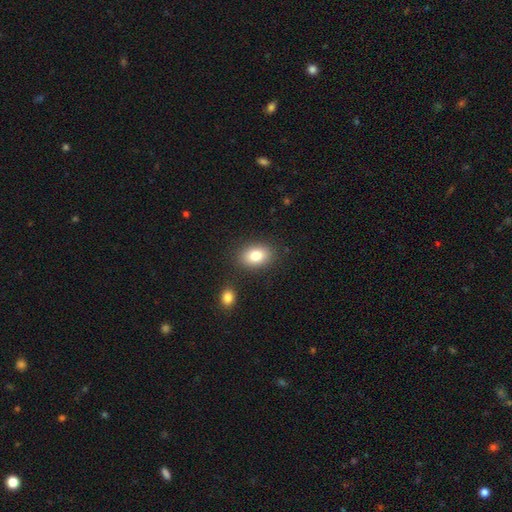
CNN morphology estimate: type=smooth (82%); roundness=in between (76%); merging=none (84%).